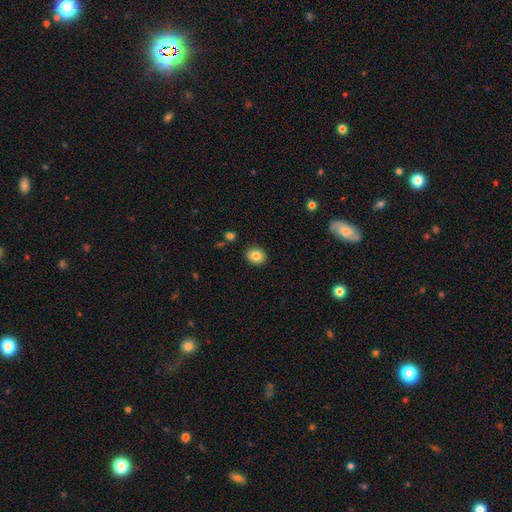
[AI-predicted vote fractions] smooth_or_featured: smooth (p=0.85) [alt: star or artifact p=0.09]
how_rounded: round (p=0.58) [alt: in between p=0.41]
merging: none (p=0.89) [alt: minor disturbance p=0.08]